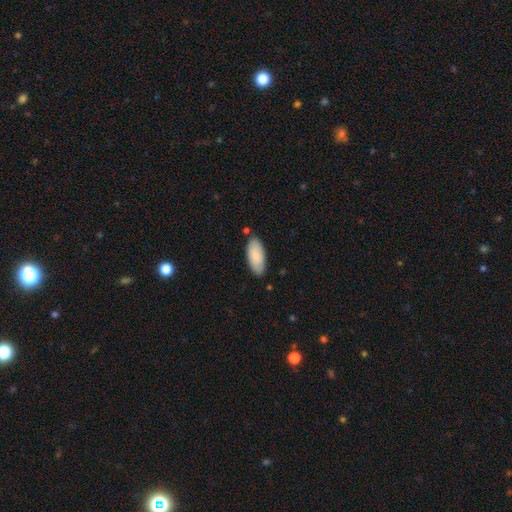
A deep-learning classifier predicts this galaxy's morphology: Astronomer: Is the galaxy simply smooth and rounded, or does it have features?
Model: smooth — 85%.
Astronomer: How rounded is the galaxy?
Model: in between — 87%.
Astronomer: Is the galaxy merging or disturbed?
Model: none — 80%.